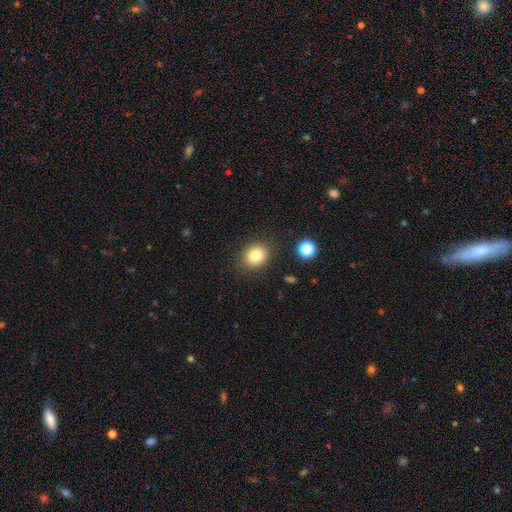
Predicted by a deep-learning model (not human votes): Morphology: type=smooth (81%); roundness=round (65%); merging=none (85%).